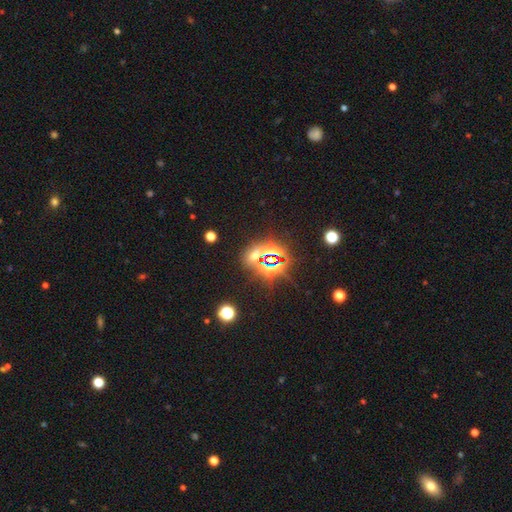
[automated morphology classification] This appears to be a star or artifact, not a galaxy (66%).